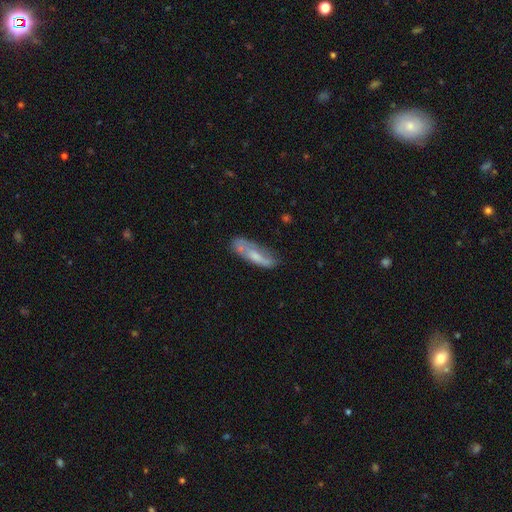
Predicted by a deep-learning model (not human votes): Overall: smooth (51%; featured or disk 42%). How rounded: cigar-shaped (49%, tied with in between). Merging: none (54%; minor disturbance 28%).